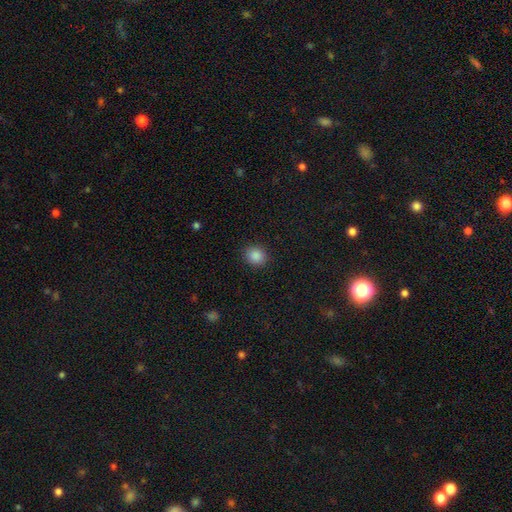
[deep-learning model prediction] Q: Smooth or featured?
A: smooth (87%); runner-up: star or artifact (10%)
Q: How rounded?
A: round (75%); runner-up: in between (24%)
Q: Merging?
A: none (90%); runner-up: minor disturbance (7%)